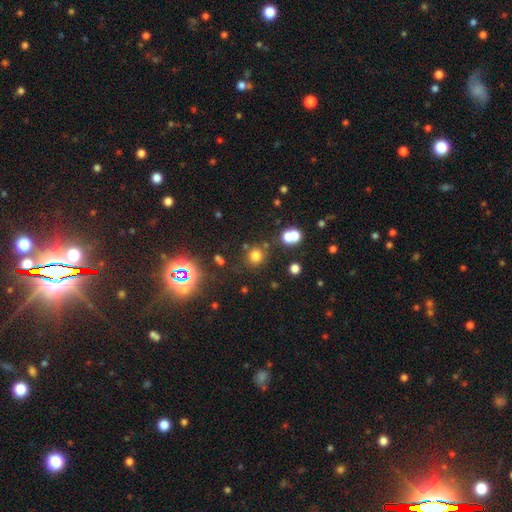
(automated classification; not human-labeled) Q: Smooth or featured?
A: smooth (69%); runner-up: star or artifact (24%)
Q: How rounded?
A: round (90%); runner-up: in between (9%)
Q: Merging?
A: none (77%); runner-up: merger (10%)